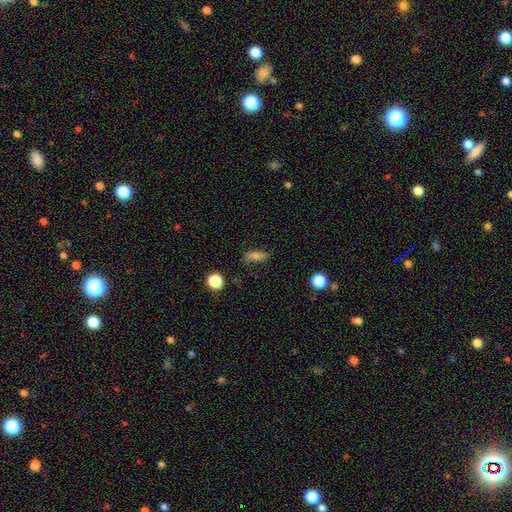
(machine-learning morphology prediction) smooth_or_featured: smooth (p=0.60) [alt: featured or disk p=0.28]
how_rounded: in between (p=0.65) [alt: cigar-shaped p=0.27]
merging: none (p=0.66) [alt: minor disturbance p=0.23]